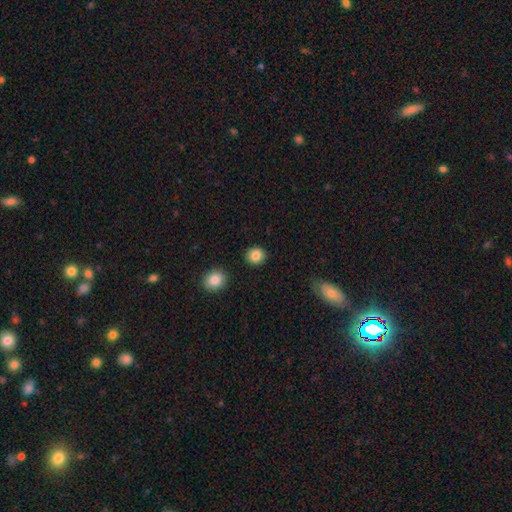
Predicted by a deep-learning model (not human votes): This appears to be a smooth galaxy with no disk features (86%) that is round (82%). Merging: none (90%).